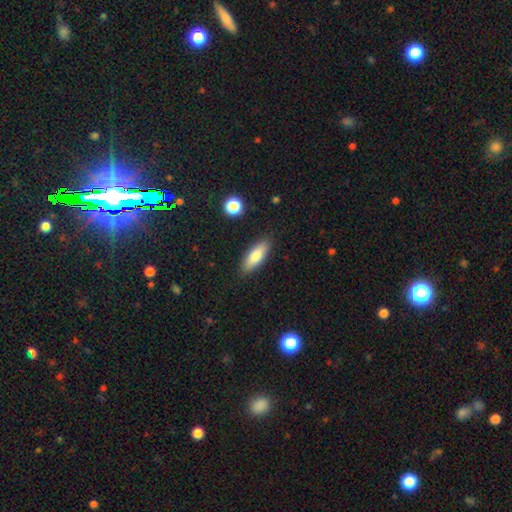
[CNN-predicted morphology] smooth_or_featured: smooth (p=0.79) [alt: featured or disk p=0.14]
how_rounded: in between (p=0.63) [alt: cigar-shaped p=0.35]
merging: none (p=0.87) [alt: minor disturbance p=0.10]